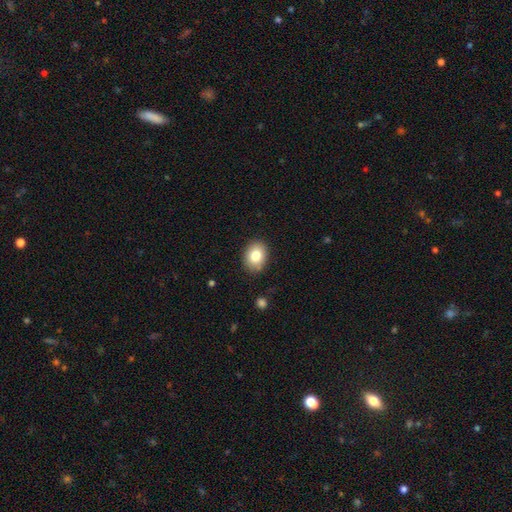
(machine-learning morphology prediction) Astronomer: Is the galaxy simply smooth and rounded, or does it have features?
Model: smooth — 81%.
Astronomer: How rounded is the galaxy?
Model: in between — 61% (runner-up: round, 38%).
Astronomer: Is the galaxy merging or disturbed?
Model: none — 86%.